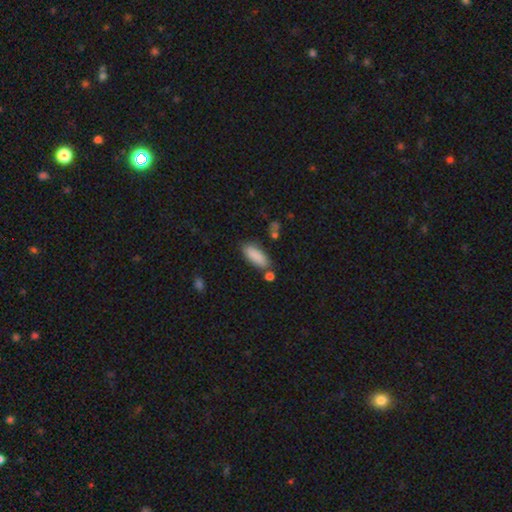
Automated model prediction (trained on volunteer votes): This is clearly a smooth galaxy (88%). How rounded: likely in between (71%). Merging: likely none (76%).